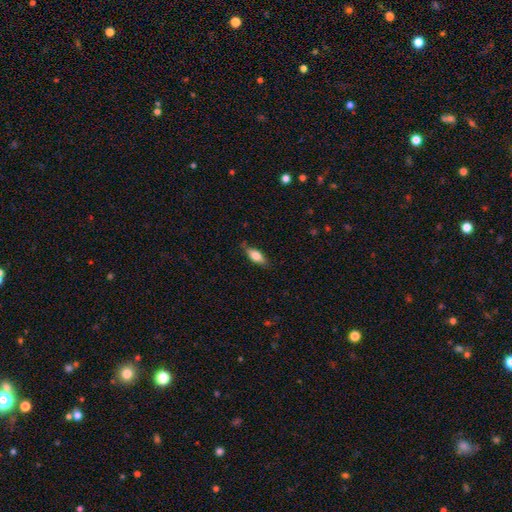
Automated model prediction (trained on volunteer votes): smooth_or_featured: smooth (p=0.72) [alt: featured or disk p=0.21]
how_rounded: in between (p=0.74) [alt: cigar-shaped p=0.23]
merging: none (p=0.75) [alt: minor disturbance p=0.20]